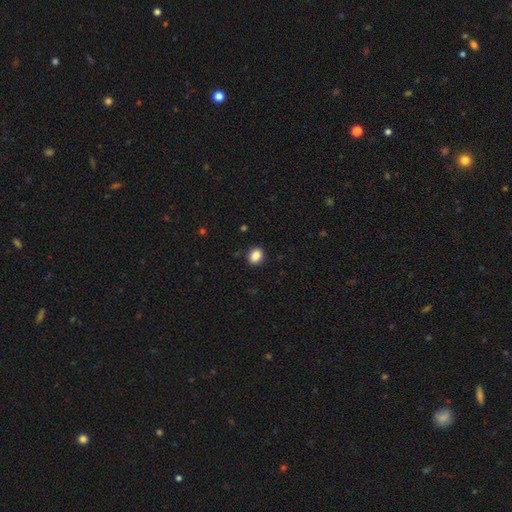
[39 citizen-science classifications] This appears to be a smooth galaxy with no disk features (87%) that is in between round and cigar-shaped (53%). Merging: none (94%).